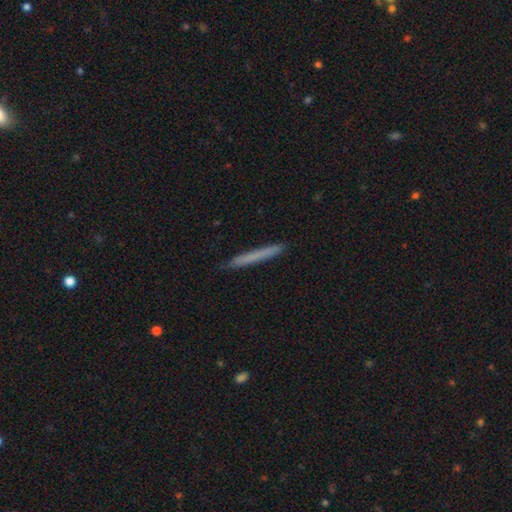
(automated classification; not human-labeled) Smooth or featured?
  - smooth: 68% *
  - featured or disk: 26%
  - star or artifact: 6%
How rounded?
  - cigar-shaped: 97% *
  - in between: 2%
  - round: 1%
Merging?
  - none: 91% *
  - minor disturbance: 7%
  - major disturbance: 1%
  - merger: 1%